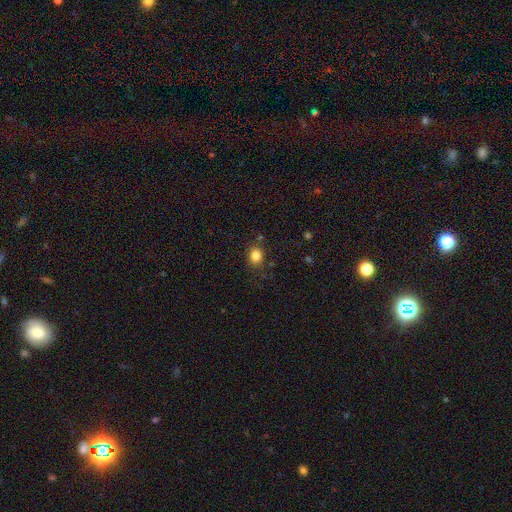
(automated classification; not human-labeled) Smooth or featured? smooth (83%)
How rounded? round (60%)
Merging? none (81%)